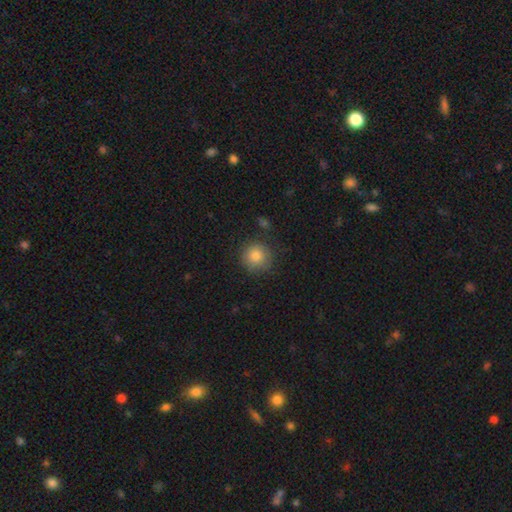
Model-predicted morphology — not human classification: Smooth or featured? smooth (84%)
How rounded? round (94%)
Merging? none (83%)